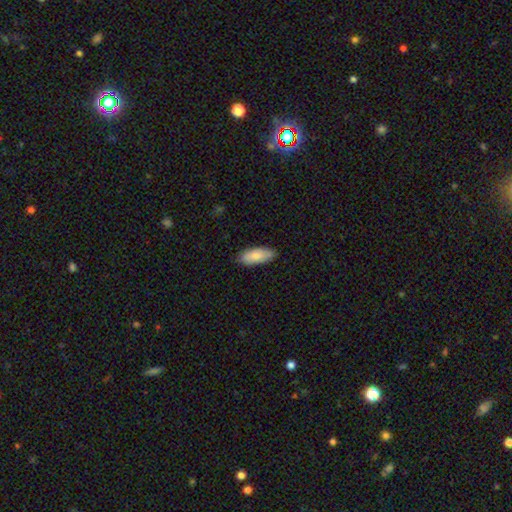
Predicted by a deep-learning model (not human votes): This is clearly a smooth galaxy (82%). How rounded: clearly in between (83%). Merging: clearly none (83%).